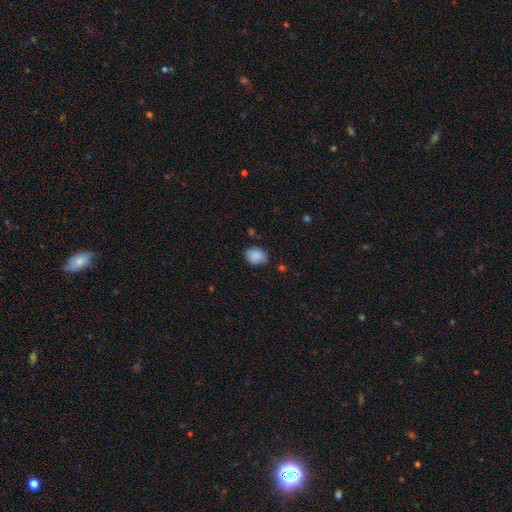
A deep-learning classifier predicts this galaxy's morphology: smooth_or_featured: smooth (p=0.88) [alt: star or artifact p=0.08]
how_rounded: in between (p=0.61) [alt: round p=0.39]
merging: none (p=0.74) [alt: minor disturbance p=0.20]